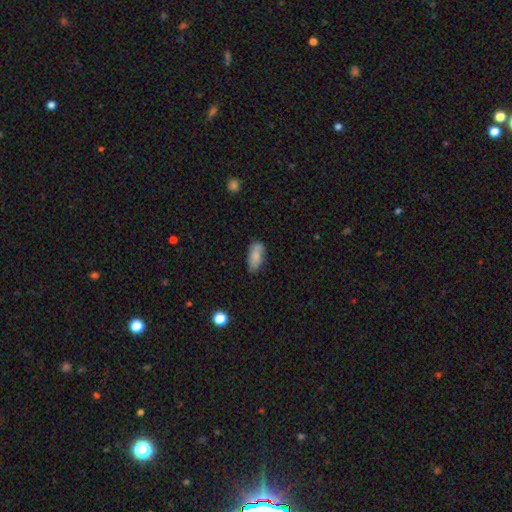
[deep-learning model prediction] The model was most divided on "merging": none: 68%, minor disturbance: 24%, major disturbance: 5%, merger: 3%. More confident: how rounded — in between (82%); smooth or featured — smooth (76%).